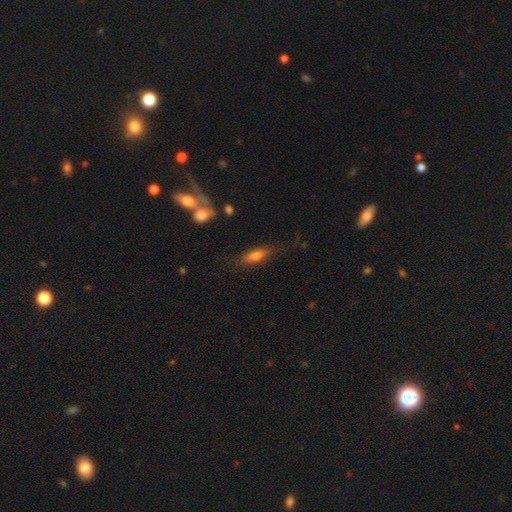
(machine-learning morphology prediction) Smooth or featured?
  - smooth: 62% *
  - featured or disk: 30%
  - star or artifact: 8%
How rounded?
  - cigar-shaped: 54% *
  - in between: 43%
  - round: 3%
Merging?
  - none: 74% *
  - minor disturbance: 17%
  - major disturbance: 6%
  - merger: 3%